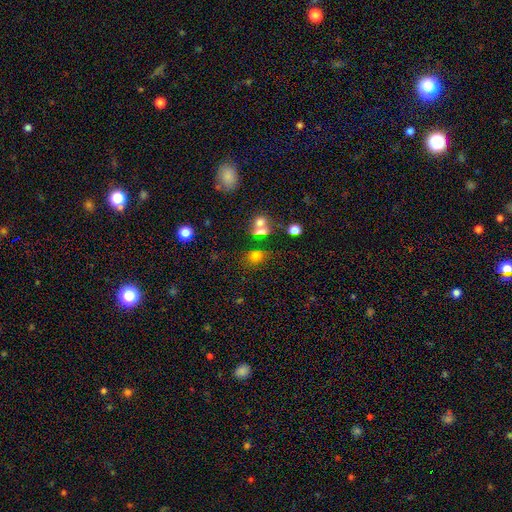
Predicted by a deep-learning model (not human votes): Morphology: type=smooth (67%); roundness=round (57%); merging=none (62%).